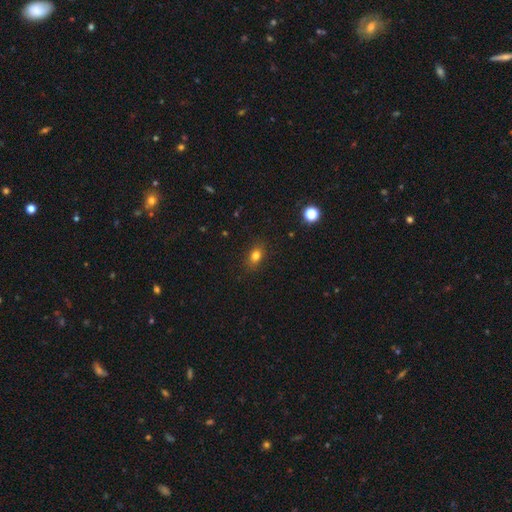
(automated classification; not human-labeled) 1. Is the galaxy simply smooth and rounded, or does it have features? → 80% smooth, 13% star or artifact, 8% featured or disk.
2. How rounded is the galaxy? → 73% in between, 24% round, 3% cigar-shaped.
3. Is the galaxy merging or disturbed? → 87% none, 10% minor disturbance, 2% major disturbance, 1% merger.